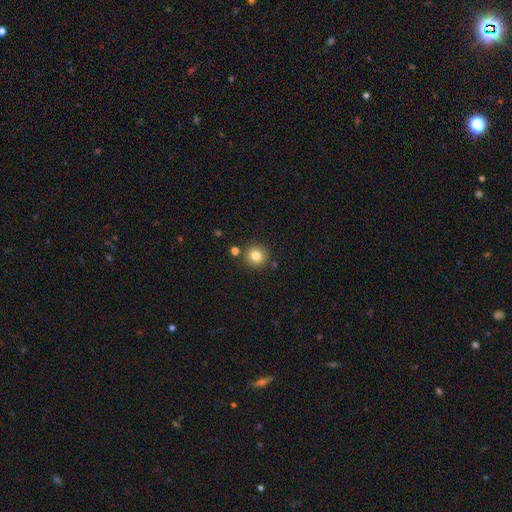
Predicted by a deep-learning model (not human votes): The model was most divided on "smooth or featured": smooth: 82%, star or artifact: 11%, featured or disk: 7%. More confident: how rounded — round (89%); merging — none (84%).